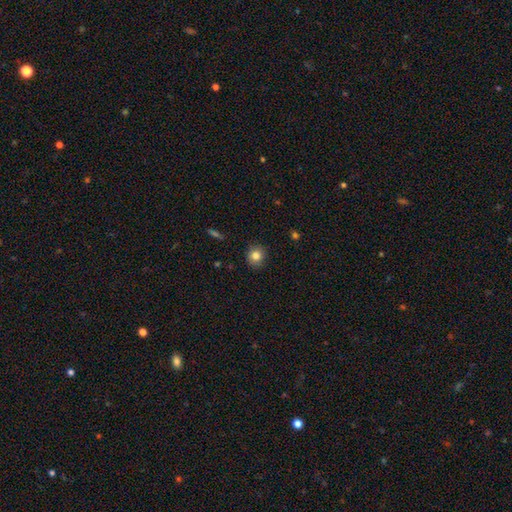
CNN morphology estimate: A smooth galaxy with no disk features (82%) that is round (86%).

Vote fractions:
- Smooth or featured? smooth: 82% / star or artifact: 10% / featured or disk: 8%
- How rounded? round: 86% / in between: 13% / cigar-shaped: 1%
- Merging? none: 89% / minor disturbance: 8% / major disturbance: 2% / merger: 1%